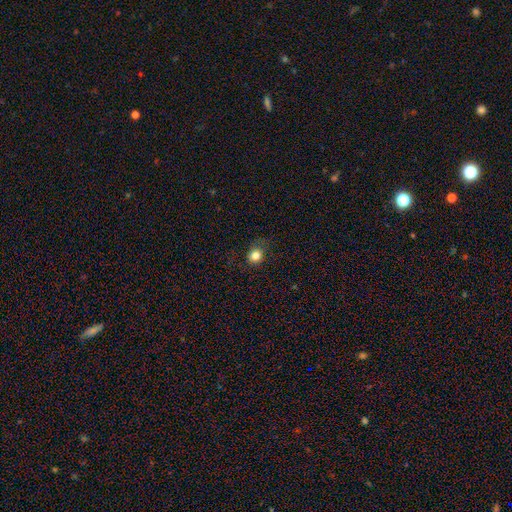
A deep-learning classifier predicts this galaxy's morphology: smooth-or-featured: smooth: 80% | star or artifact: 13% | featured or disk: 7%
  how-rounded: round: 75% | in between: 24% | cigar-shaped: 1%
  merging: none: 70% | minor disturbance: 20% | major disturbance: 9% | merger: 1%